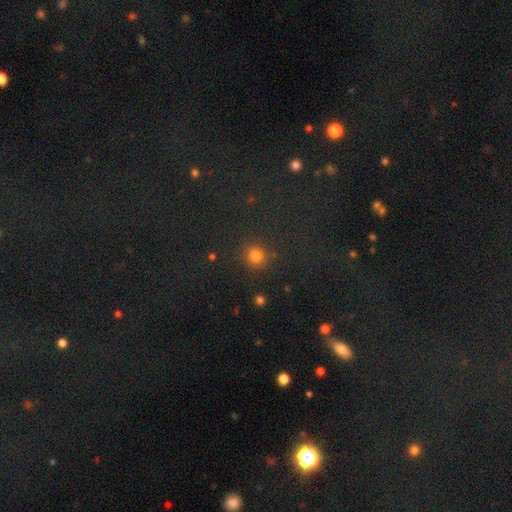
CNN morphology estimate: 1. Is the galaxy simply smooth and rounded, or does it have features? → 79% smooth, 16% star or artifact, 5% featured or disk.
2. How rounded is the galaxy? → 92% round, 7% in between, 1% cigar-shaped.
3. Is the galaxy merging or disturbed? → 87% none, 7% minor disturbance, 3% major disturbance, 2% merger.